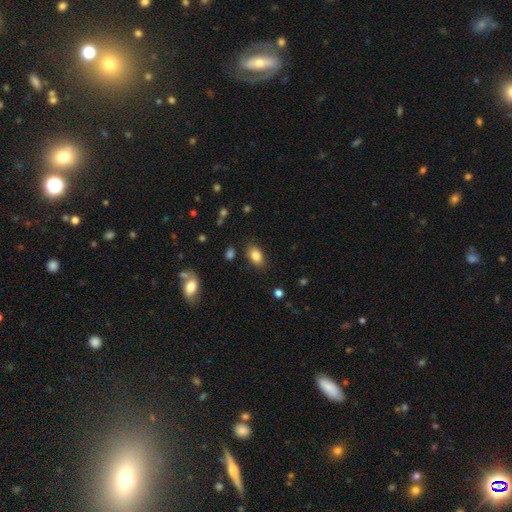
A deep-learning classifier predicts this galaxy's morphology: Smooth or featured? smooth (84%)
How rounded? in between (88%)
Merging? none (83%)